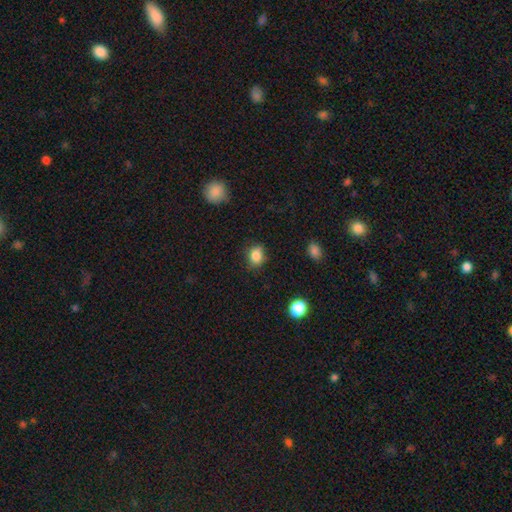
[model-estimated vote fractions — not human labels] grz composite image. It shows a smooth galaxy with no disk features (84%) that is round (50%). Merging: none (75%).